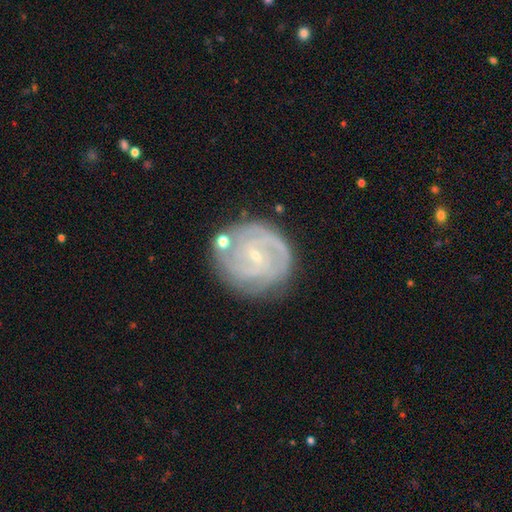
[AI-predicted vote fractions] Q: Smooth or featured?
A: featured or disk (84%); runner-up: smooth (10%)
Q: Edge-on disk?
A: no (98%); runner-up: yes (2%)
Q: Bar?
A: weak (46%); runner-up: no (42%)
Q: Spiral arms?
A: yes (95%); runner-up: no (5%)
Q: Spiral winding?
A: tight (65%); runner-up: medium (29%)
Q: Spiral arm count?
A: 2 (35%); runner-up: can't tell (25%)
Q: Bulge size?
A: small (85%); runner-up: moderate (11%)
Q: Merging?
A: none (75%); runner-up: minor disturbance (16%)